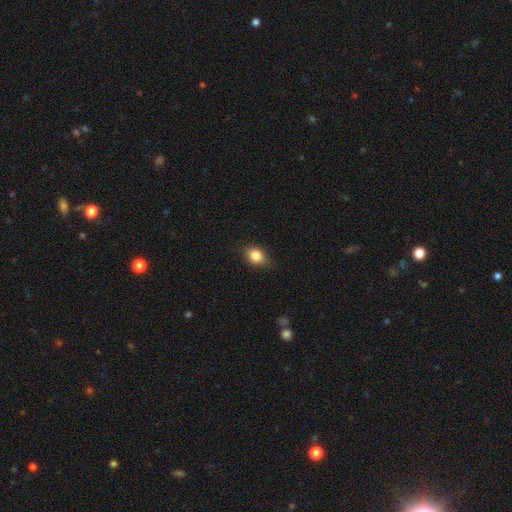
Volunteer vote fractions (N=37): Volunteers were most divided on "how rounded": in between: 65%, round: 35%, cigar-shaped: 0%. More confident: smooth or featured — smooth (92%); merging — none (76%).